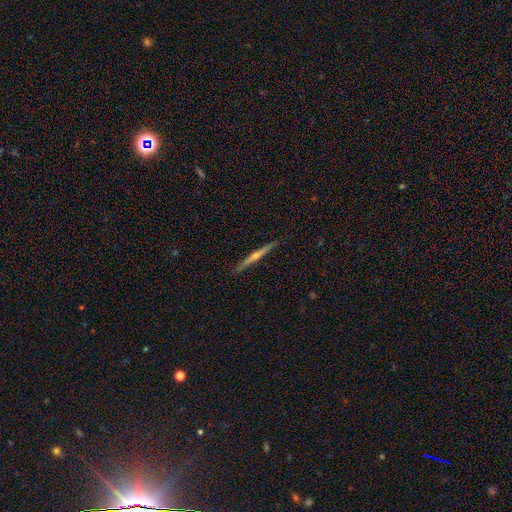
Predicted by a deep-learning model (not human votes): This is likely a featured or disk galaxy (69%). It is clearly viewed edge-on (97%). Edge-on bulge: likely rounded (66%). Merging: clearly none (91%).